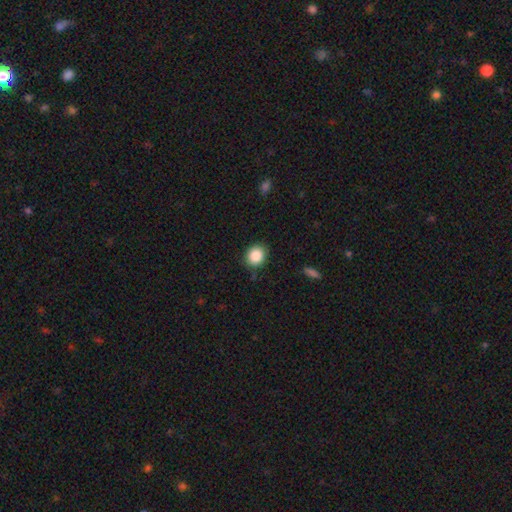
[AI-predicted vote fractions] Smooth or featured? Predicted: smooth (p=0.87). How rounded? Predicted: round (p=0.69). Merging? Predicted: none (p=0.86).